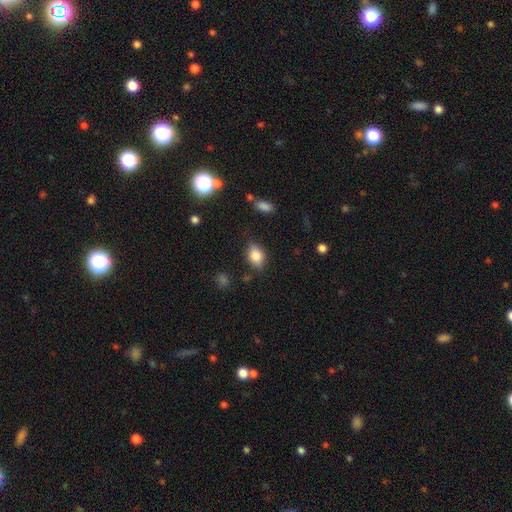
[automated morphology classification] smooth_or_featured: smooth (p=0.81) [alt: featured or disk p=0.10]
how_rounded: in between (p=0.74) [alt: round p=0.24]
merging: none (p=0.77) [alt: minor disturbance p=0.17]